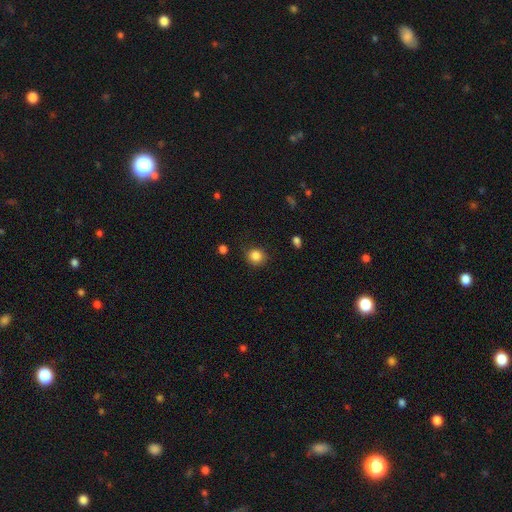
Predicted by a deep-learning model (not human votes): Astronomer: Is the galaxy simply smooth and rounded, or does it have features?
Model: smooth — 85%.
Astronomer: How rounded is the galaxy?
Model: round — 86%.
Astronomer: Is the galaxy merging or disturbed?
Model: none — 84%.